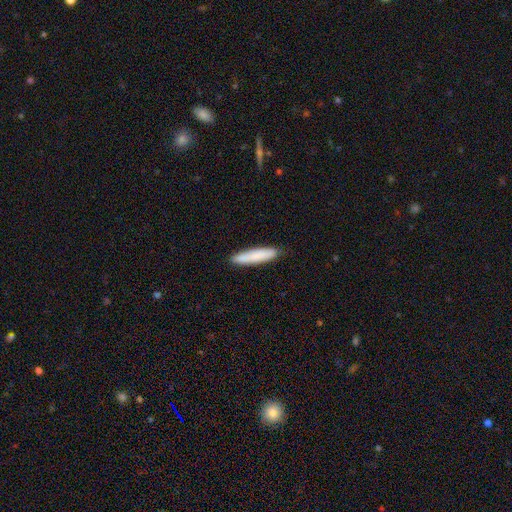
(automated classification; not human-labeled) Morphology: type=smooth (83%); roundness=cigar-shaped (86%); merging=none (87%).